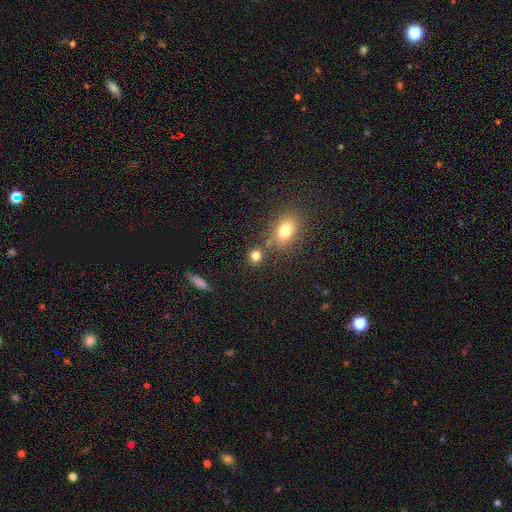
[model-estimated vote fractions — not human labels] Q: Smooth or featured?
A: smooth (81%); runner-up: star or artifact (13%)
Q: How rounded?
A: round (77%); runner-up: in between (21%)
Q: Merging?
A: none (76%); runner-up: merger (12%)